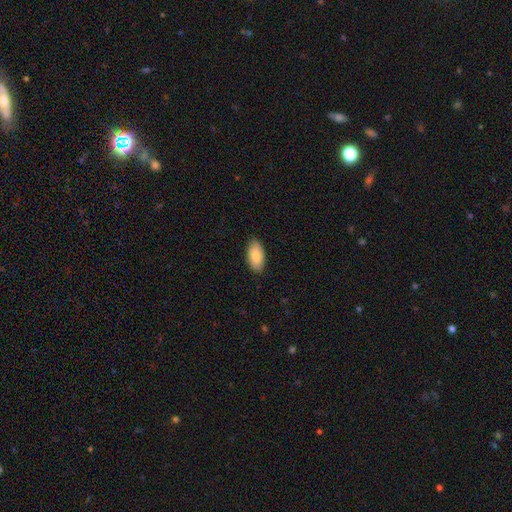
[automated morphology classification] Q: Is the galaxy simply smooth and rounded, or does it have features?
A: smooth — 86%.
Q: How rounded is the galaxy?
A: in between — 94%.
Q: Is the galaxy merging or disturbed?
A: none — 87%.